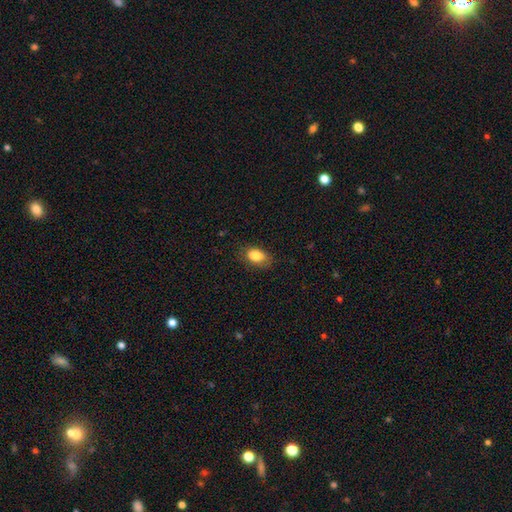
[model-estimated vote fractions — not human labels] Smooth or featured?
  - smooth: 82% *
  - featured or disk: 10%
  - star or artifact: 8%
How rounded?
  - in between: 87% *
  - round: 11%
  - cigar-shaped: 2%
Merging?
  - none: 75% *
  - minor disturbance: 19%
  - major disturbance: 5%
  - merger: 1%